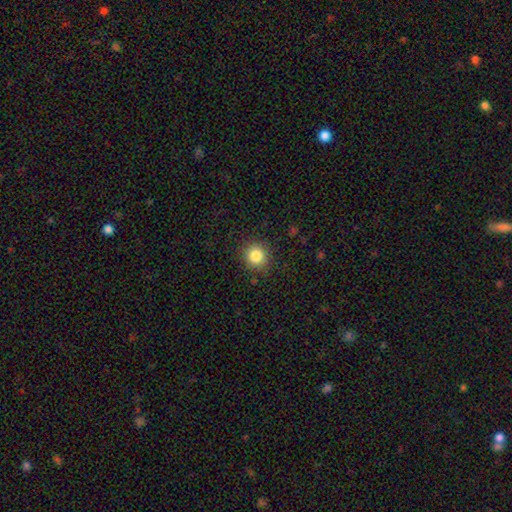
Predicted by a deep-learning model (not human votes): Overall: smooth (83%). How rounded: round (90%). Merging: none (89%).